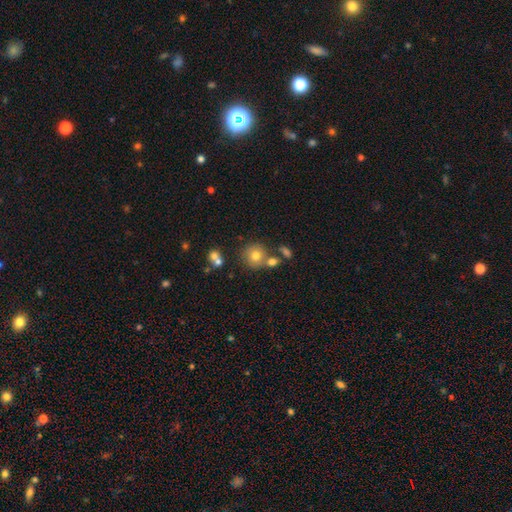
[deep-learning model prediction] smooth 75%, featured or disk 14%, star or artifact 12%. Down the decision tree: how rounded — round (89%); merging — none (67%).